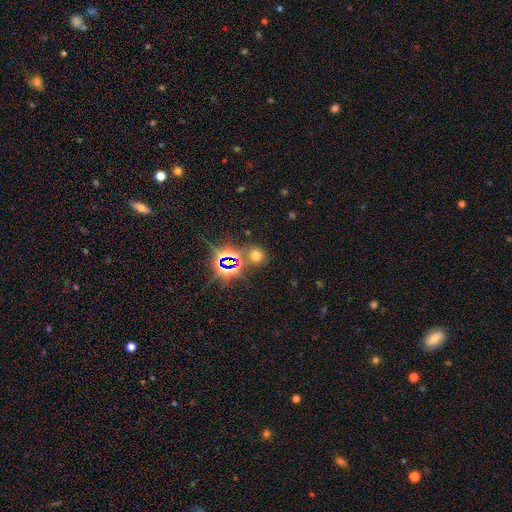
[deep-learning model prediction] Smooth or featured? Predicted: smooth (p=0.55). How rounded? Predicted: round (p=0.78). Merging? Predicted: none (p=0.76).